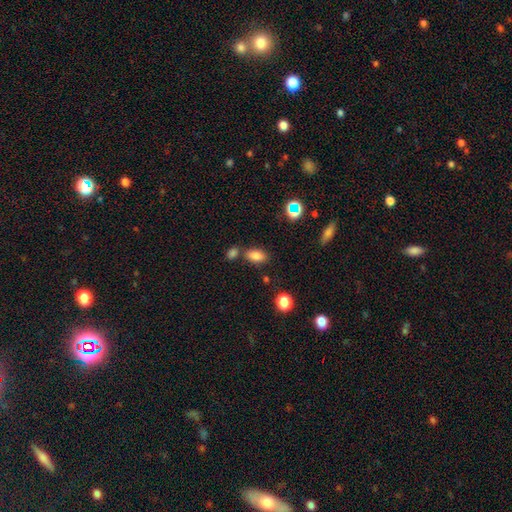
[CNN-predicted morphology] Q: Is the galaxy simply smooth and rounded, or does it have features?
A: smooth — 81%.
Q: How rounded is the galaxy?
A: in between — 89%.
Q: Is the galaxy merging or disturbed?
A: none — 67%.